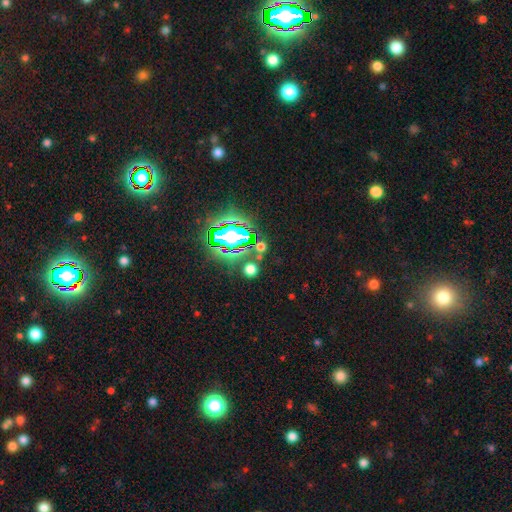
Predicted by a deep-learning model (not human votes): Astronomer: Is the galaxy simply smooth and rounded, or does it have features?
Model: star or artifact — 70%.